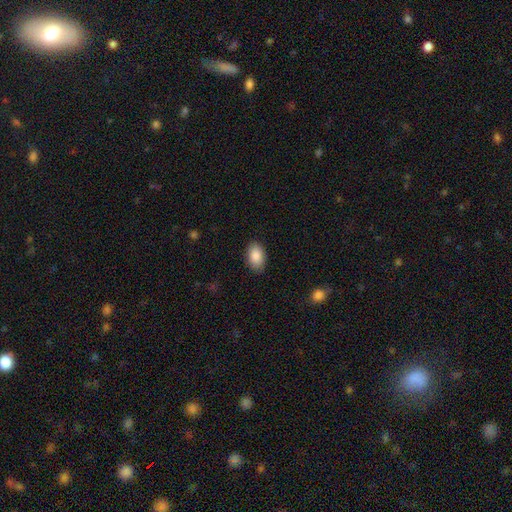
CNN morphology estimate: Smooth or featured? Predicted: smooth (p=0.88). How rounded? Predicted: in between (p=0.92). Merging? Predicted: none (p=0.87).